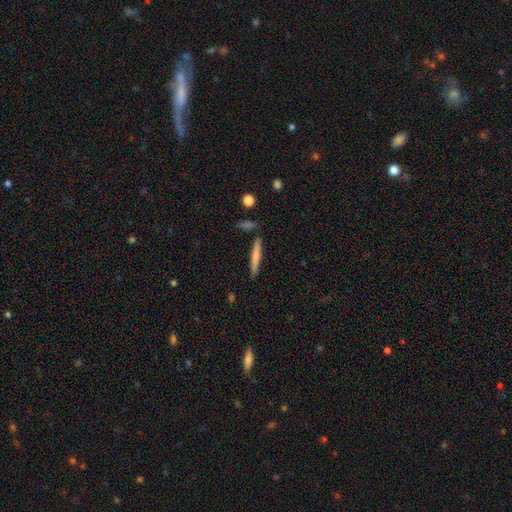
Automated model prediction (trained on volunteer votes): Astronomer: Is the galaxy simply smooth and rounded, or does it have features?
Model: smooth — 68%.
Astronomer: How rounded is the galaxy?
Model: cigar-shaped — 95%.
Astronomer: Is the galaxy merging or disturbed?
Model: none — 85%.